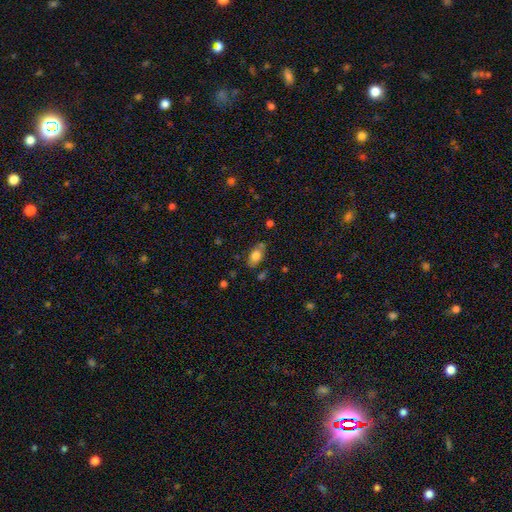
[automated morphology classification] A smooth galaxy with no disk features (75%) that is in between round and cigar-shaped (87%). Merging: none (69%).